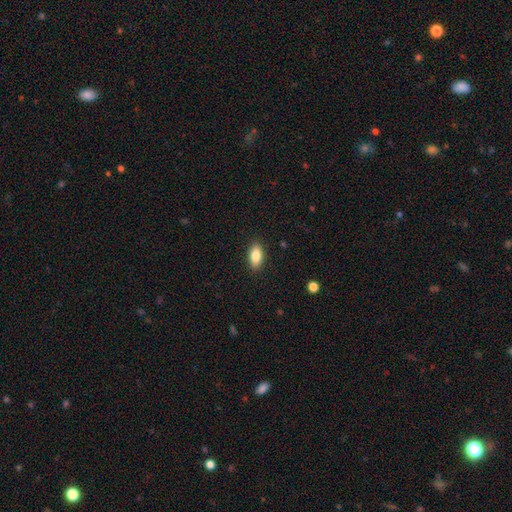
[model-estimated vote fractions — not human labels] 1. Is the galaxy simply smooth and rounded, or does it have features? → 83% smooth, 10% featured or disk, 7% star or artifact.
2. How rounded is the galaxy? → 88% in between, 8% cigar-shaped, 4% round.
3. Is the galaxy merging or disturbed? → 89% none, 8% minor disturbance, 2% major disturbance, 1% merger.